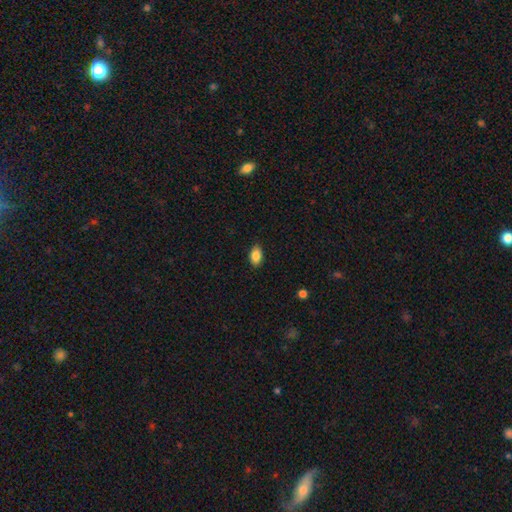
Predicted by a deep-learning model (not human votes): Q: Smooth or featured?
A: smooth (86%); runner-up: star or artifact (8%)
Q: How rounded?
A: in between (89%); runner-up: round (9%)
Q: Merging?
A: none (87%); runner-up: minor disturbance (10%)